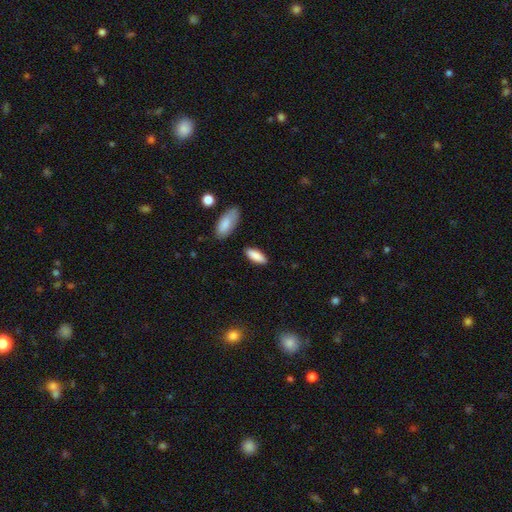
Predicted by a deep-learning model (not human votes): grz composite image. It shows a smooth galaxy with no disk features (88%) that is in between round and cigar-shaped (71%). Merging: none (85%).